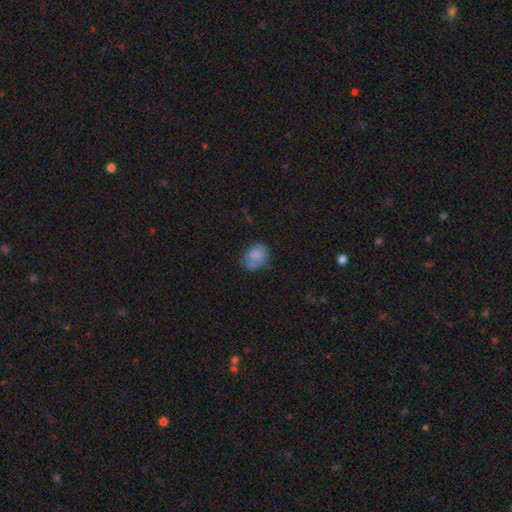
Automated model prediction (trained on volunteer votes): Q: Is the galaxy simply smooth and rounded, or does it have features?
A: smooth — 77%.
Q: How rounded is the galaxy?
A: in between — 54%.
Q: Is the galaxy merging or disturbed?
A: none — 54%.